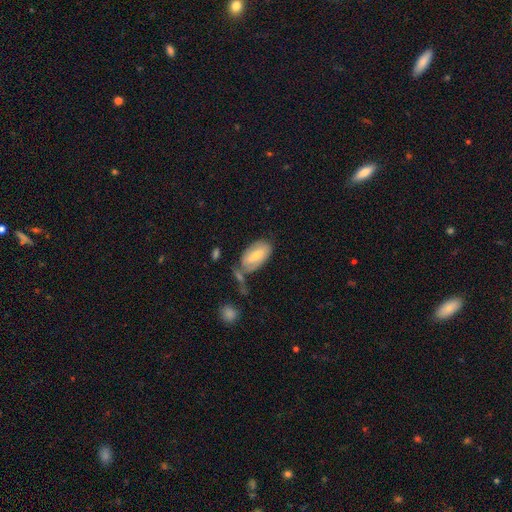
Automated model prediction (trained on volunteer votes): smooth 61%, featured or disk 33%, star or artifact 6%. Down the decision tree: how rounded — in between (92%); merging — none (47%).